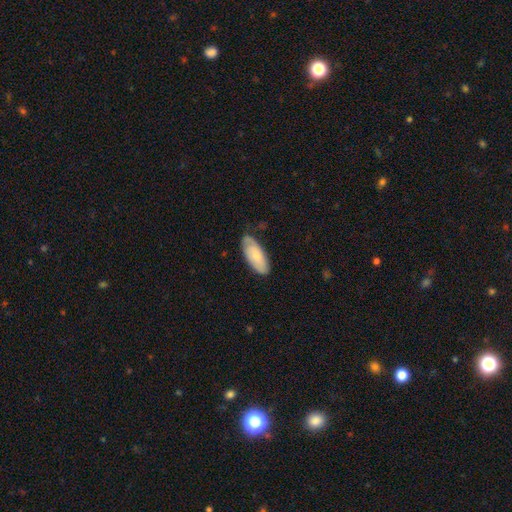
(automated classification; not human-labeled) Q: Smooth or featured?
A: smooth (68%); runner-up: featured or disk (27%)
Q: How rounded?
A: in between (84%); runner-up: cigar-shaped (14%)
Q: Merging?
A: none (74%); runner-up: minor disturbance (21%)